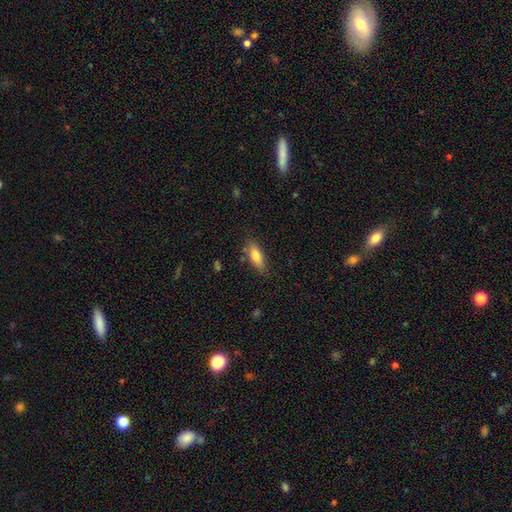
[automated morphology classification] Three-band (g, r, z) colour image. It shows a smooth galaxy with no disk features (78%) that is in between round and cigar-shaped (67%). Merging: none (80%).